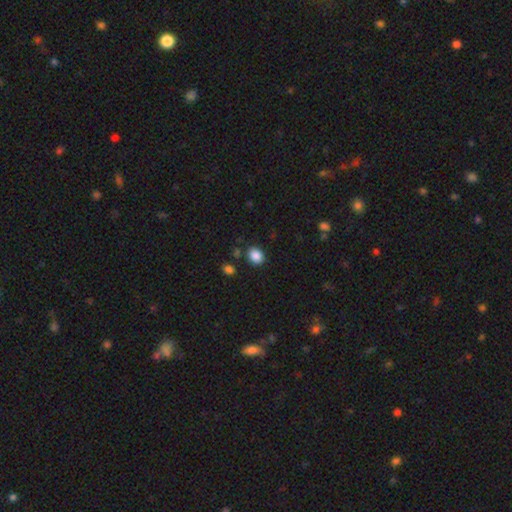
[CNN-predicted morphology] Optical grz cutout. It shows a smooth galaxy with no disk features (87%) that is round (51%). Merging: none (84%).